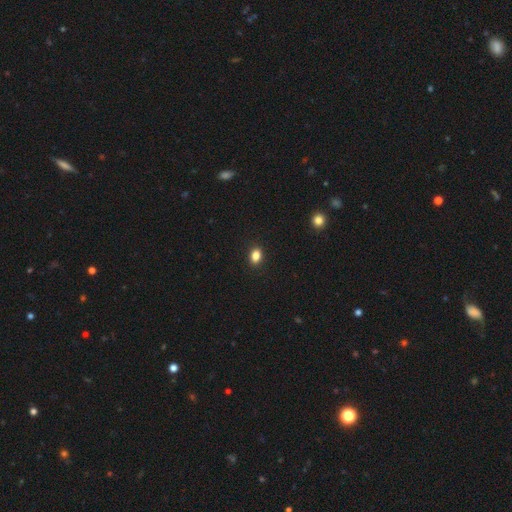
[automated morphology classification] Smooth or featured? Predicted: smooth (p=0.85). How rounded? Predicted: in between (p=0.75). Merging? Predicted: none (p=0.90).